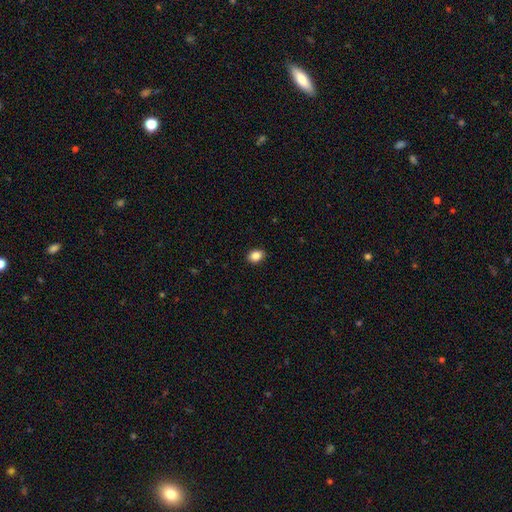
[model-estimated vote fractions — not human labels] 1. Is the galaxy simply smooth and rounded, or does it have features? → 86% smooth, 9% star or artifact, 5% featured or disk.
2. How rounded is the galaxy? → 64% in between, 35% round, 1% cigar-shaped.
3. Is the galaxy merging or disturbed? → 90% none, 7% minor disturbance, 2% major disturbance, 1% merger.